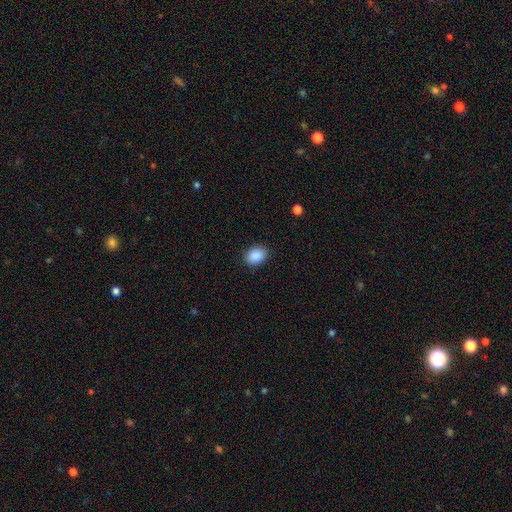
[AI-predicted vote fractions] This is clearly a smooth galaxy (90%). How rounded: likely in between (69%). Merging: clearly none (88%).